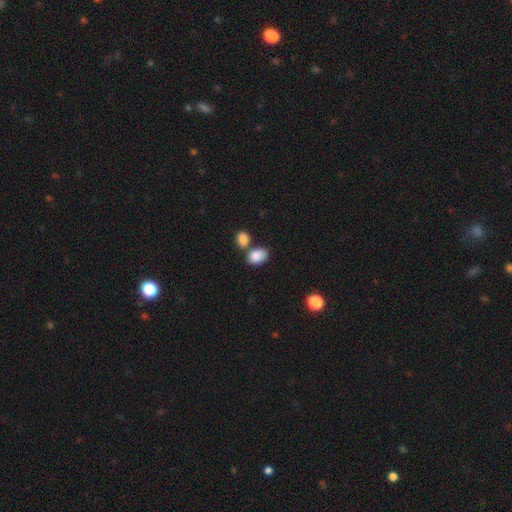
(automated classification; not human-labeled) The model was most divided on "merging": none: 51%, merger: 34%, minor disturbance: 12%, major disturbance: 3%. More confident: smooth or featured — smooth (86%); how rounded — in between (79%).